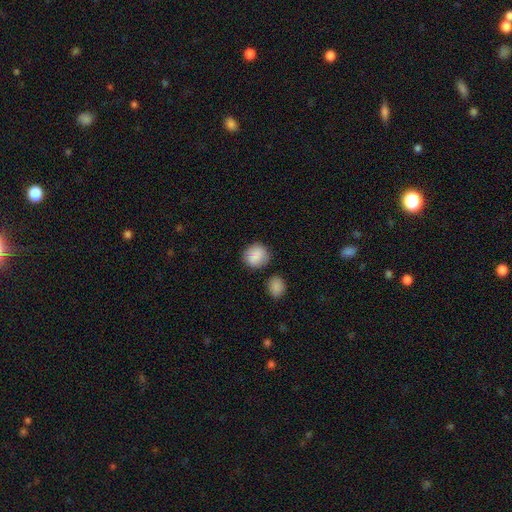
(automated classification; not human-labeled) A smooth galaxy with no disk features (88%) that is round (79%). Merging: none (77%).